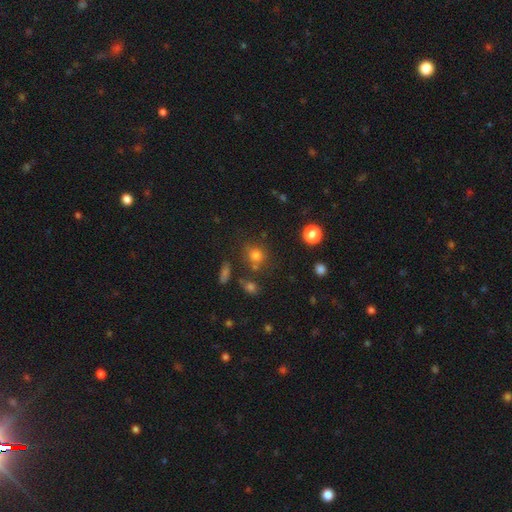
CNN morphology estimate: A smooth galaxy with no disk features (74%) that is round (78%).

Vote fractions:
- Smooth or featured? smooth: 74% / star or artifact: 17% / featured or disk: 9%
- How rounded? round: 78% / in between: 21% / cigar-shaped: 1%
- Merging? none: 67% / minor disturbance: 14% / merger: 14% / major disturbance: 6%